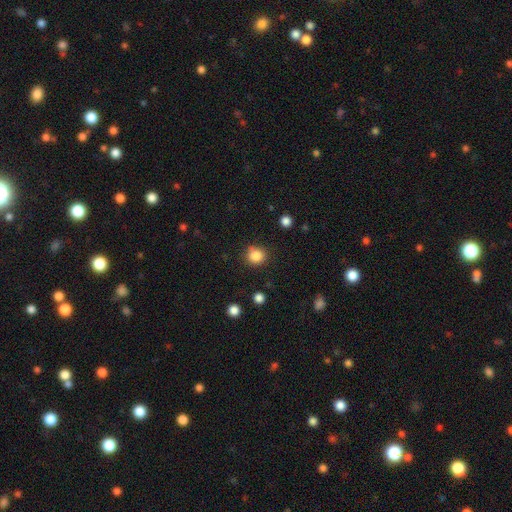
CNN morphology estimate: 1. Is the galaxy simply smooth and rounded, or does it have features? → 85% smooth, 11% star or artifact, 4% featured or disk.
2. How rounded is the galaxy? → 84% round, 15% in between, 1% cigar-shaped.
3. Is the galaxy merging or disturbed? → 81% none, 13% minor disturbance, 3% major disturbance, 3% merger.